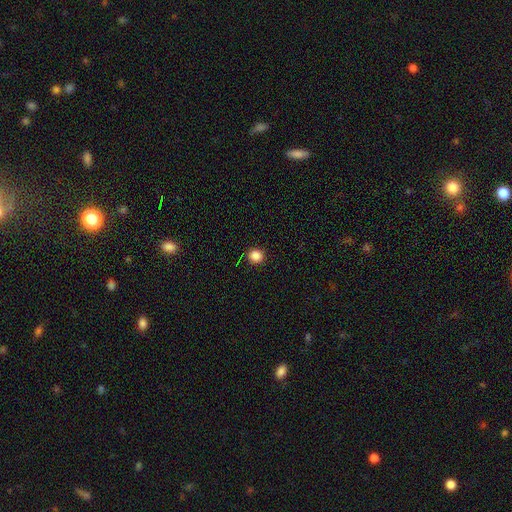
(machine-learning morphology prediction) Smooth or featured?
  - smooth: 85% *
  - star or artifact: 12%
  - featured or disk: 3%
How rounded?
  - round: 89% *
  - in between: 10%
  - cigar-shaped: 1%
Merging?
  - none: 90% *
  - minor disturbance: 7%
  - major disturbance: 2%
  - merger: 1%